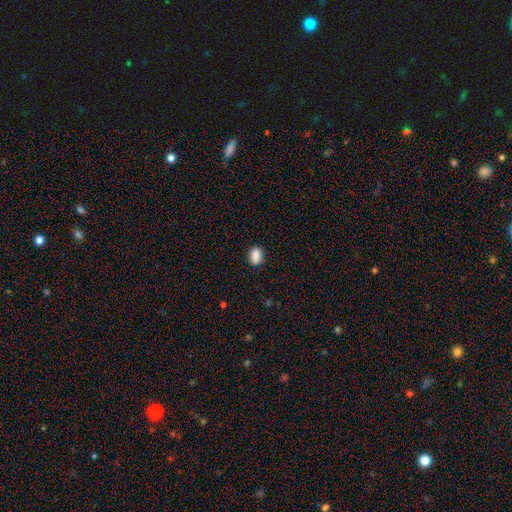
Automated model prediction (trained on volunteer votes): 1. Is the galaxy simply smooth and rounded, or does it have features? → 87% smooth, 9% star or artifact, 5% featured or disk.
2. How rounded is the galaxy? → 77% in between, 20% round, 3% cigar-shaped.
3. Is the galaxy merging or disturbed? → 83% none, 12% minor disturbance, 3% major disturbance, 2% merger.